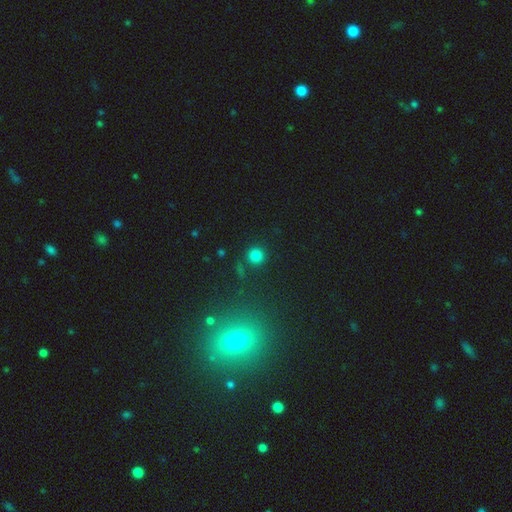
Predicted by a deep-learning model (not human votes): Smooth or featured? smooth (79%)
How rounded? round (93%)
Merging? none (85%)